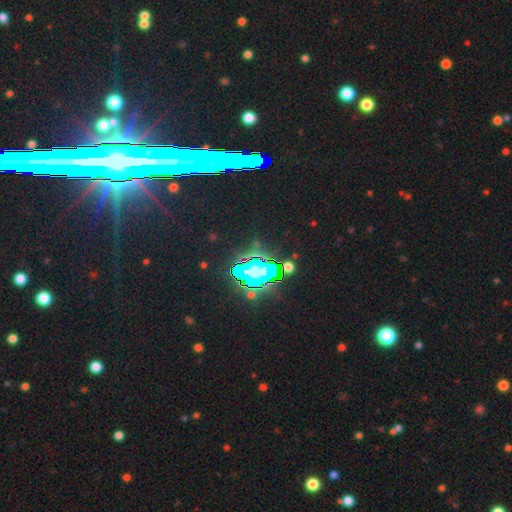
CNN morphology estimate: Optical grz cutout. It shows a star or artifact, not a galaxy (76%).